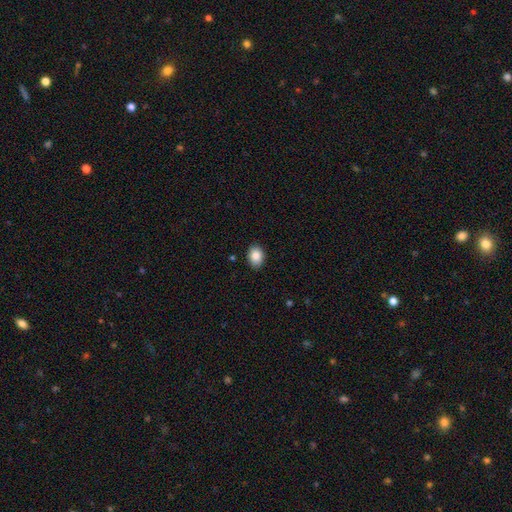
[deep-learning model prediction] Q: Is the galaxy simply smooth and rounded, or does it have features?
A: smooth — 87%.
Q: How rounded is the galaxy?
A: in between — 69%.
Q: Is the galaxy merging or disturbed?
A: none — 88%.